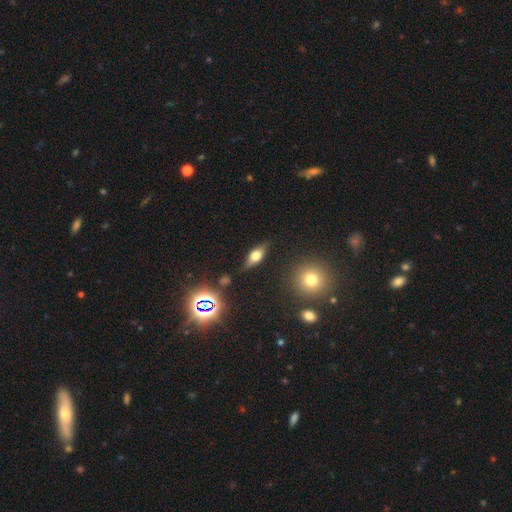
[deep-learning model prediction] A smooth galaxy with no disk features (48%).

Vote fractions:
- Smooth or featured? smooth: 48% / featured or disk: 39% / star or artifact: 12%
- Merging? none: 80% / minor disturbance: 14% / major disturbance: 4% / merger: 3%